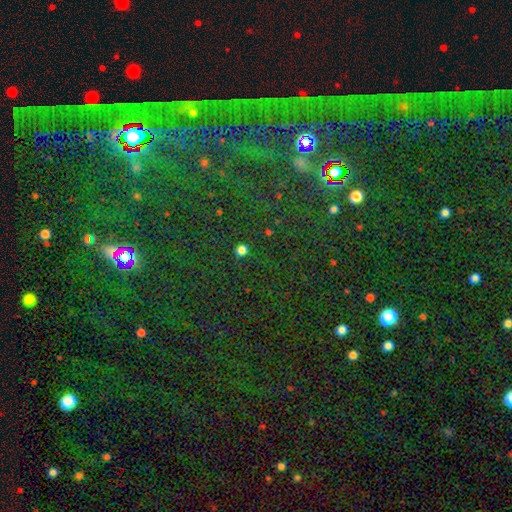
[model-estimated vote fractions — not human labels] Q: Smooth or featured?
A: star or artifact (80%); runner-up: smooth (12%)